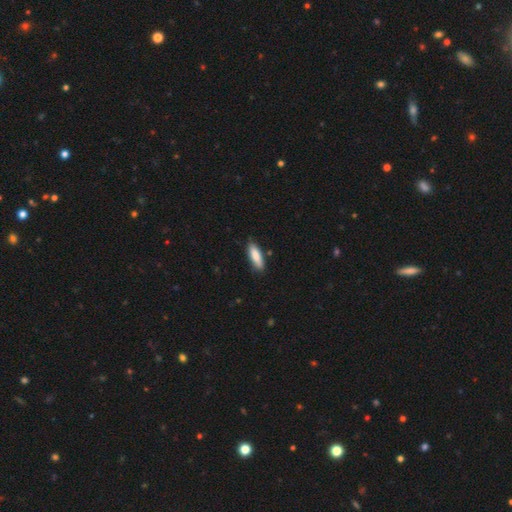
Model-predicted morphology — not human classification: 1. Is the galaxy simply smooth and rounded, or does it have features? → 83% smooth, 11% featured or disk, 6% star or artifact.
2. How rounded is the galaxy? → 50% cigar-shaped, 48% in between, 2% round.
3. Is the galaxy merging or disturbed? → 83% none, 14% minor disturbance, 2% major disturbance, 2% merger.